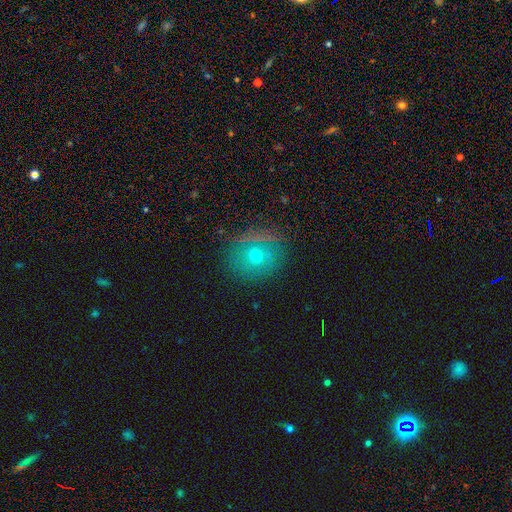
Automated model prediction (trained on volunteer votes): Q: Smooth or featured?
A: smooth (45%); runner-up: featured or disk (36%)
Q: Merging?
A: none (76%); runner-up: minor disturbance (15%)